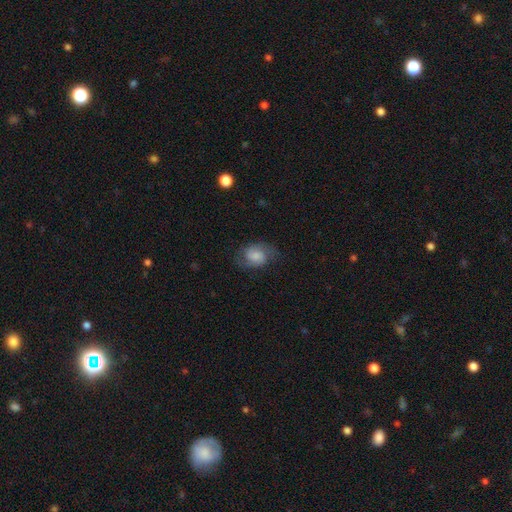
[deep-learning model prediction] Q: Smooth or featured?
A: featured or disk (48%); runner-up: smooth (44%)
Q: Merging?
A: none (64%); runner-up: minor disturbance (23%)